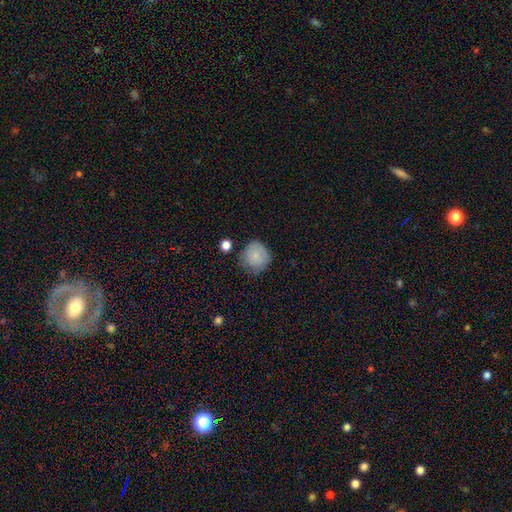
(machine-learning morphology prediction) Smooth or featured: smooth — 76% (featured or disk — 15%)
How rounded: round — 86% (in between — 14%)
Merging: none — 63% (minor disturbance — 26%)